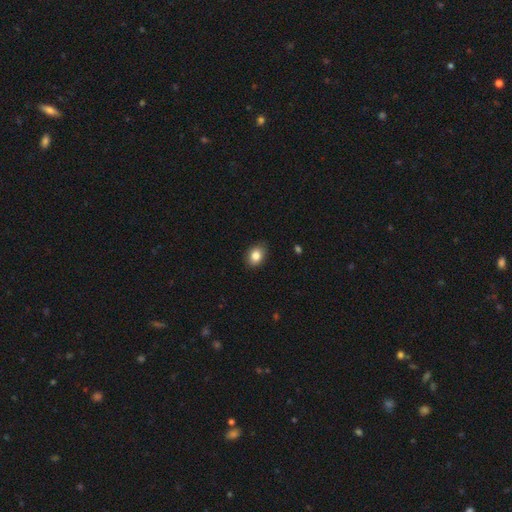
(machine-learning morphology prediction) Overall: smooth (84%). How rounded: in between (68%; round 31%). Merging: none (86%).